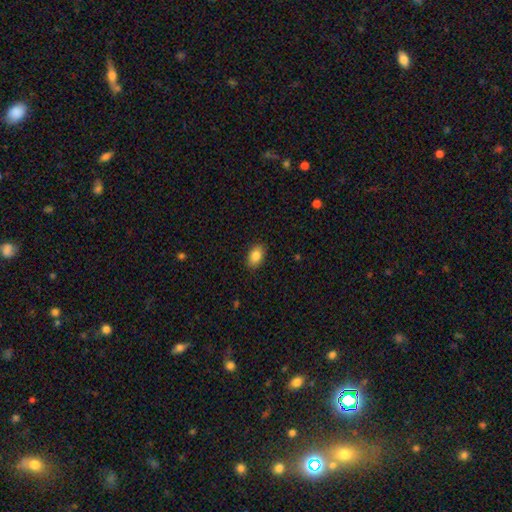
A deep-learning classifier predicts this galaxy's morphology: A smooth galaxy with no disk features (86%) that is in between round and cigar-shaped (88%). Merging: none (87%).